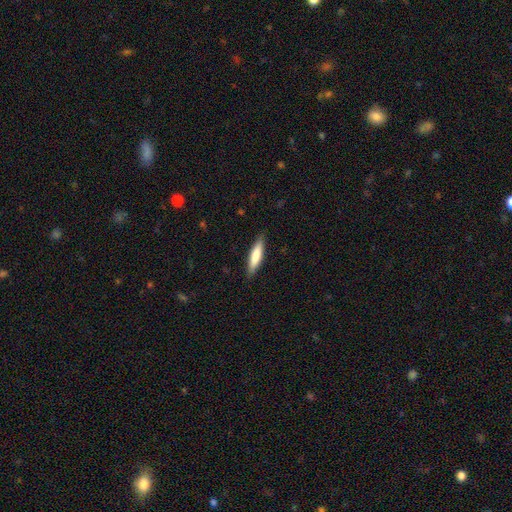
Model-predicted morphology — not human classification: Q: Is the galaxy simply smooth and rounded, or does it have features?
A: smooth — 74%.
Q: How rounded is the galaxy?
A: cigar-shaped — 76%.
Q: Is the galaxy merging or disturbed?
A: none — 86%.